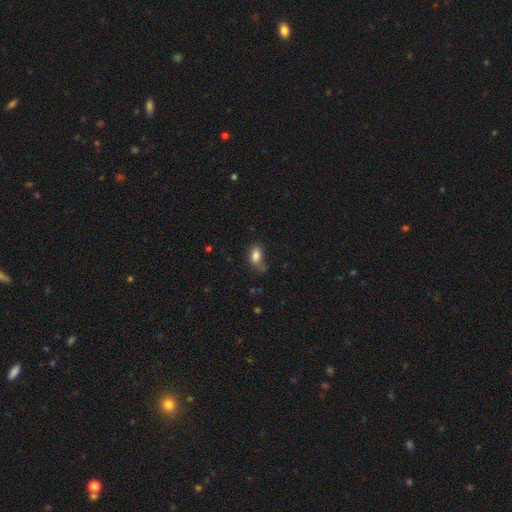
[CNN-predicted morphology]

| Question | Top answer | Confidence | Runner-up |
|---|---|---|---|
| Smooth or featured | smooth | 84% | star or artifact (10%) |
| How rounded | in between | 84% | round (14%) |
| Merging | none | 57% | minor disturbance (28%) |